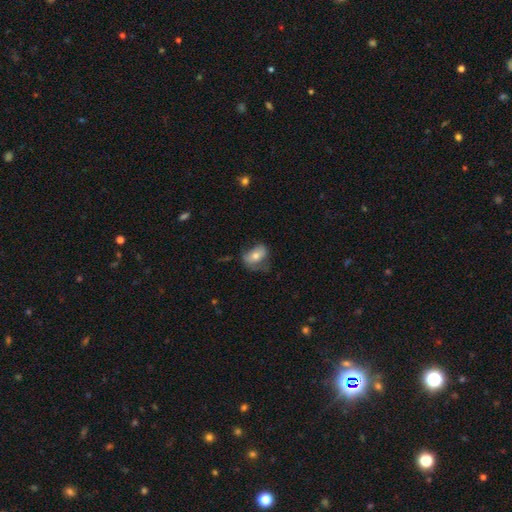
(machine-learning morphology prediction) A smooth galaxy with no disk features (65%) that is in between round and cigar-shaped (81%). Merging: none (47%).